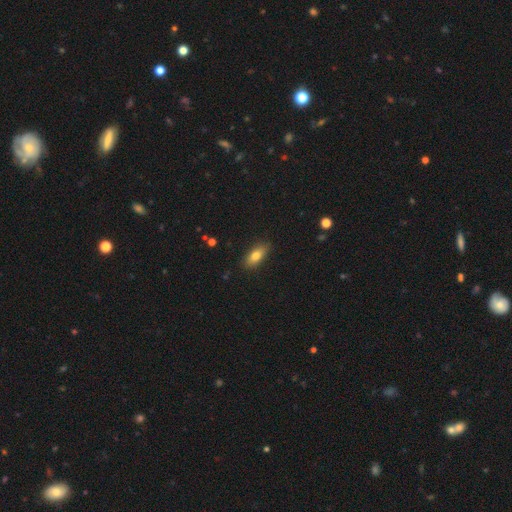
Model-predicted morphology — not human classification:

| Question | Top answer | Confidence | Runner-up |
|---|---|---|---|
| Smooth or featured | smooth | 78% | featured or disk (14%) |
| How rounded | in between | 80% | cigar-shaped (16%) |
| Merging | none | 86% | minor disturbance (11%) |